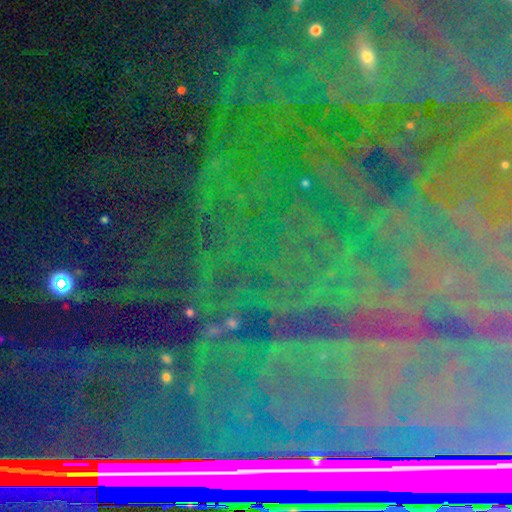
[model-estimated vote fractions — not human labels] Overall: star or artifact (83%).